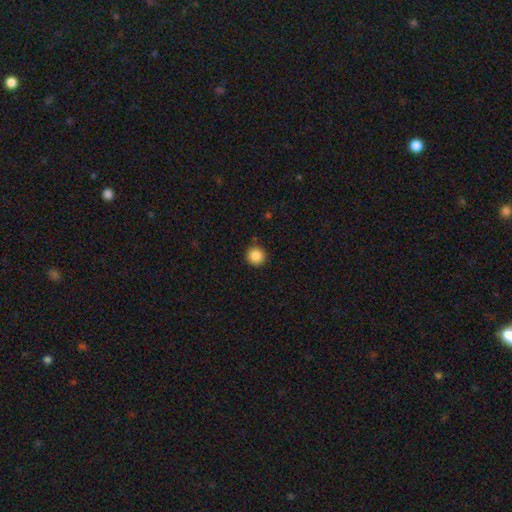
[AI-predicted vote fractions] Overall: smooth (87%). How rounded: round (95%). Merging: none (90%).